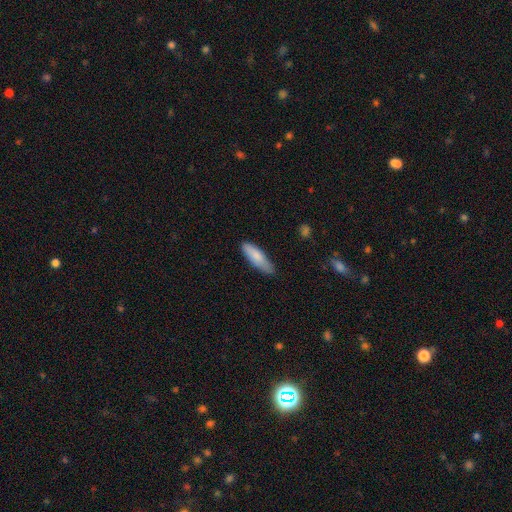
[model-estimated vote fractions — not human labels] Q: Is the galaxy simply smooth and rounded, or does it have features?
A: smooth — 82%.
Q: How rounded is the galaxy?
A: cigar-shaped — 50%.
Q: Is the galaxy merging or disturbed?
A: none — 70%.